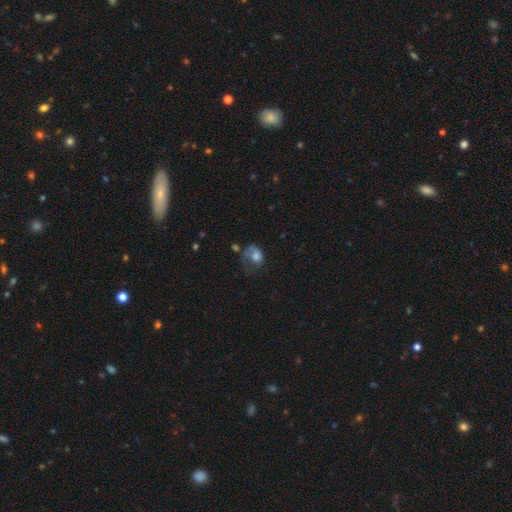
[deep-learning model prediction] A smooth galaxy with no disk features (61%) that is in between round and cigar-shaped (56%).

Vote fractions:
- Smooth or featured? smooth: 61% / featured or disk: 30% / star or artifact: 9%
- How rounded? in between: 56% / round: 42% / cigar-shaped: 1%
- Merging? major disturbance: 51% / none: 22% / minor disturbance: 22% / merger: 5%